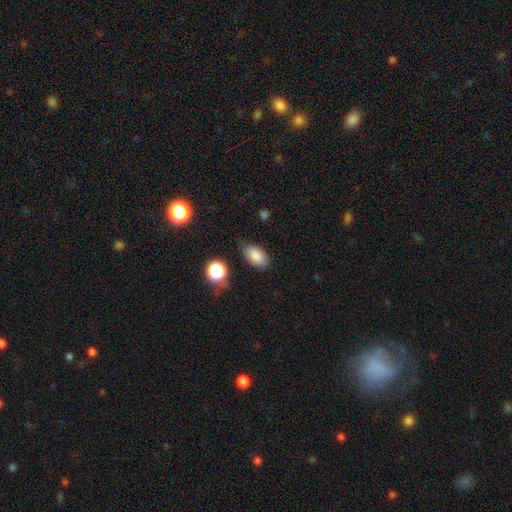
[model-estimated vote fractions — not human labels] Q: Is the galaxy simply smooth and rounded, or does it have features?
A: smooth — 83%.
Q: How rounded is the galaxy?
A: in between — 91%.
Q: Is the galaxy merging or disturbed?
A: none — 77%.